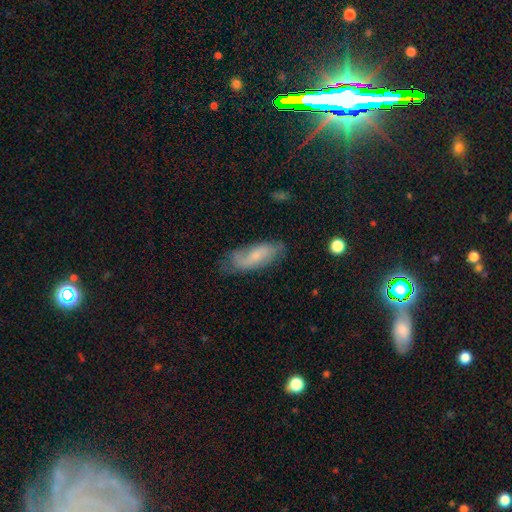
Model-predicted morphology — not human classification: Q: Smooth or featured?
A: featured or disk (49%); runner-up: smooth (43%)
Q: Merging?
A: none (67%); runner-up: minor disturbance (24%)